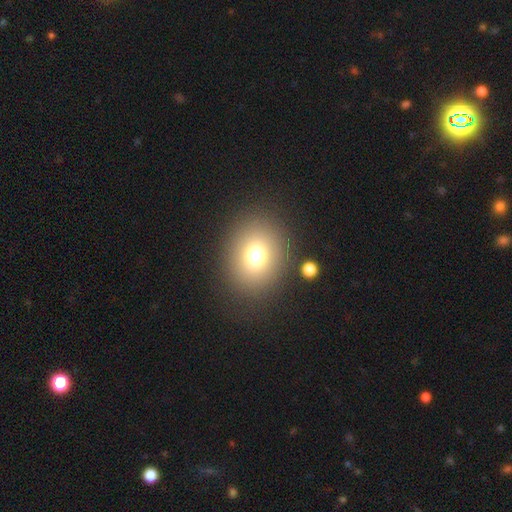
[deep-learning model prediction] The model was most divided on "how rounded": round: 64%, in between: 35%, cigar-shaped: 1%. More confident: merging — none (85%); smooth or featured — smooth (74%).